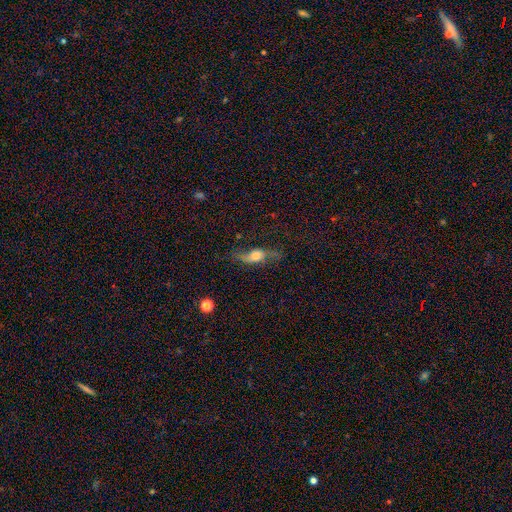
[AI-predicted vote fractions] Smooth or featured? Predicted: featured or disk (p=0.61). Edge-on disk? Predicted: yes (p=0.52). Merging? Predicted: none (p=0.66).